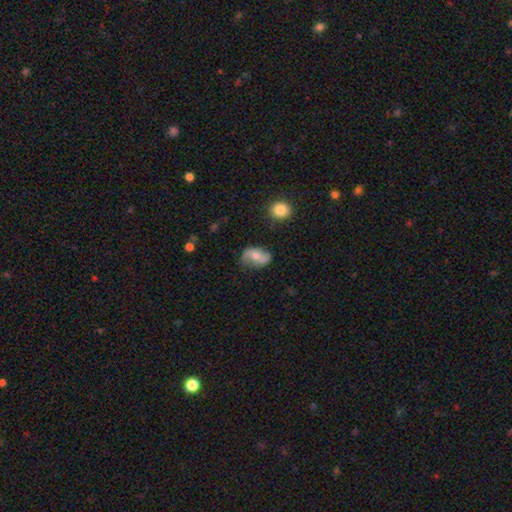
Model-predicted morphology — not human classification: Smooth or featured: featured or disk — 61% (smooth — 32%)
Edge-on disk: no — 96% (yes — 4%)
Bar: no — 60% (weak — 31%)
Spiral arms: yes — 85% (no — 15%)
Bulge size: moderate — 64% (small — 27%)
Merging: none — 67% (minor disturbance — 22%)